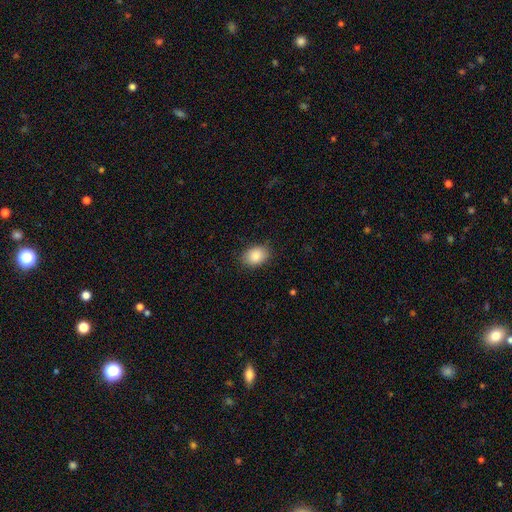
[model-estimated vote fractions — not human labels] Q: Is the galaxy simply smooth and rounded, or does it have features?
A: smooth — 87%.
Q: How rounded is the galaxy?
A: in between — 75%.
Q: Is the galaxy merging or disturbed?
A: none — 85%.